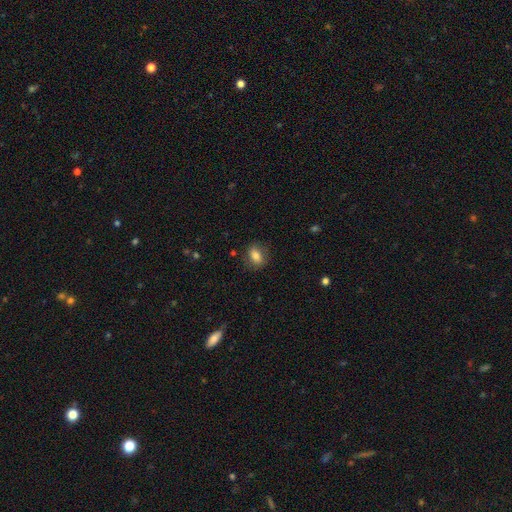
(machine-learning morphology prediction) Q: Smooth or featured?
A: smooth (80%); runner-up: featured or disk (11%)
Q: How rounded?
A: in between (67%); runner-up: round (31%)
Q: Merging?
A: none (81%); runner-up: minor disturbance (14%)